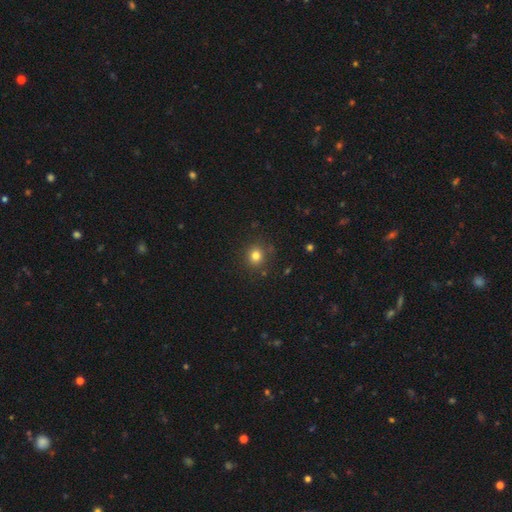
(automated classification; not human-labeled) Smooth or featured?
  - smooth: 80% *
  - star or artifact: 14%
  - featured or disk: 6%
How rounded?
  - round: 88% *
  - in between: 11%
  - cigar-shaped: 1%
Merging?
  - none: 86% *
  - minor disturbance: 8%
  - major disturbance: 3%
  - merger: 2%